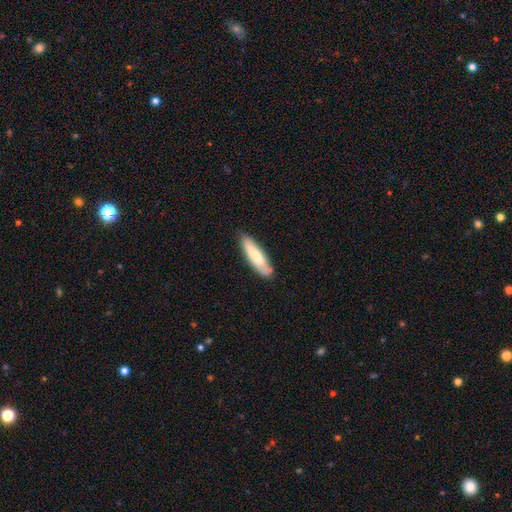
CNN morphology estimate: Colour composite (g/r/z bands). It shows a smooth galaxy with no disk features (74%) that is cigar-shaped (68%). Merging: none (81%).